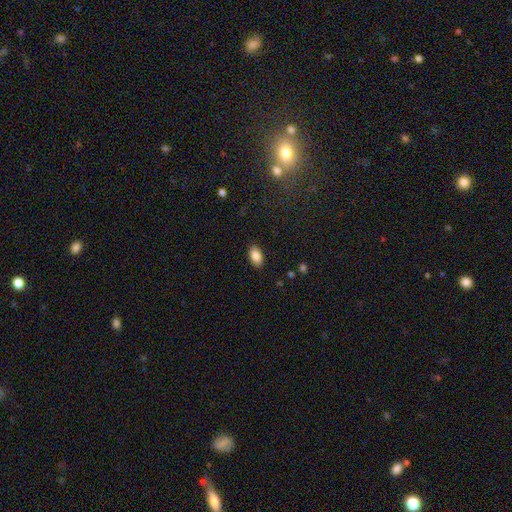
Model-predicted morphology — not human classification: smooth-or-featured: smooth: 86% | star or artifact: 8% | featured or disk: 6%
  how-rounded: in between: 92% | round: 6% | cigar-shaped: 2%
  merging: none: 88% | minor disturbance: 9% | major disturbance: 2% | merger: 1%